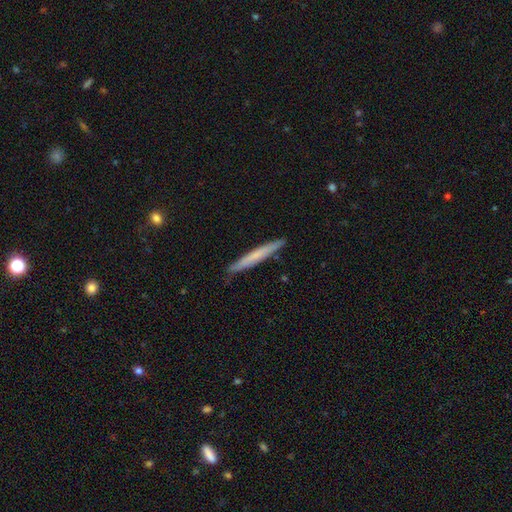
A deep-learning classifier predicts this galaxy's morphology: Smooth or featured? Predicted: smooth (p=0.57). How rounded? Predicted: cigar-shaped (p=0.96). Merging? Predicted: none (p=0.88).